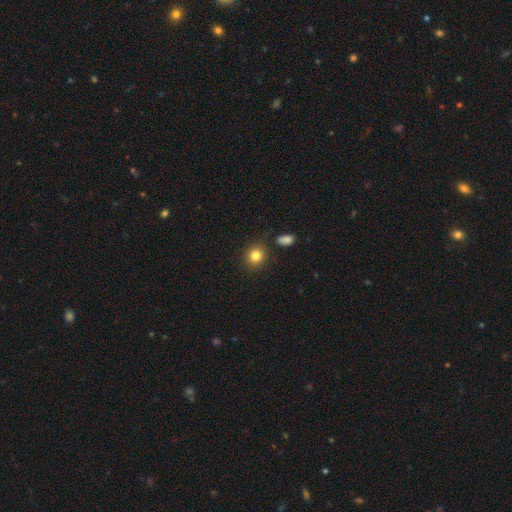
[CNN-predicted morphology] The model was most divided on "how rounded": round: 81%, in between: 18%, cigar-shaped: 1%. More confident: merging — none (84%); smooth or featured — smooth (83%).